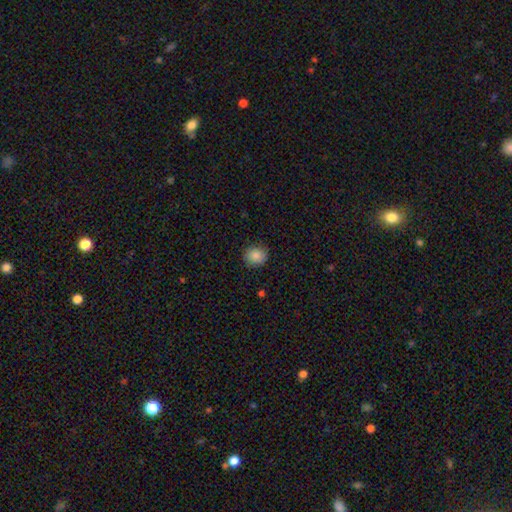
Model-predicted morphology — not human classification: Smooth or featured?
  - smooth: 87% *
  - star or artifact: 9%
  - featured or disk: 4%
How rounded?
  - round: 82% *
  - in between: 17%
  - cigar-shaped: 1%
Merging?
  - none: 88% *
  - minor disturbance: 9%
  - major disturbance: 2%
  - merger: 1%